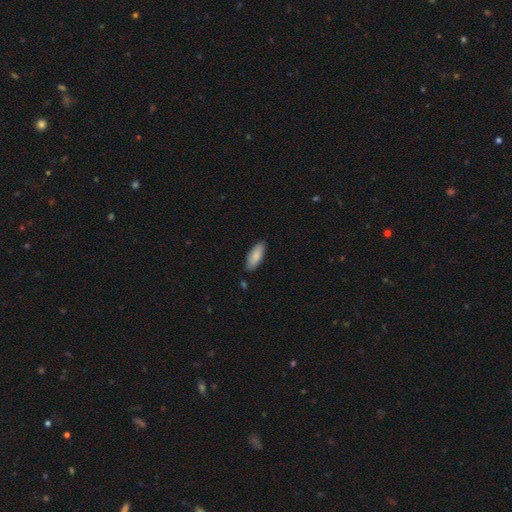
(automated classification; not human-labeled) A smooth galaxy with no disk features (86%) that is in between round and cigar-shaped (72%). Merging: none (83%).